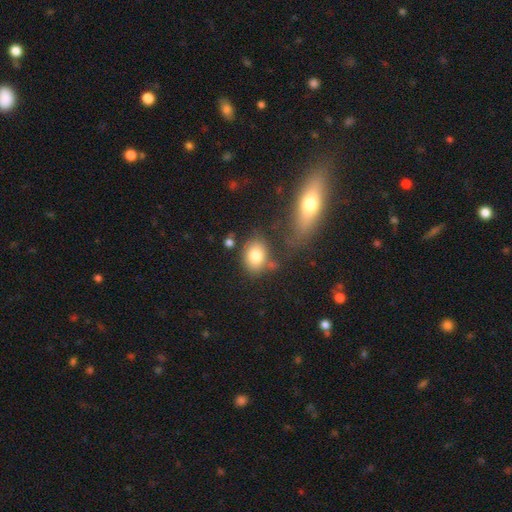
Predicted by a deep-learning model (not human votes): smooth_or_featured: smooth (p=0.80) [alt: featured or disk p=0.12]
how_rounded: in between (p=0.56) [alt: round p=0.43]
merging: none (p=0.66) [alt: minor disturbance p=0.16]